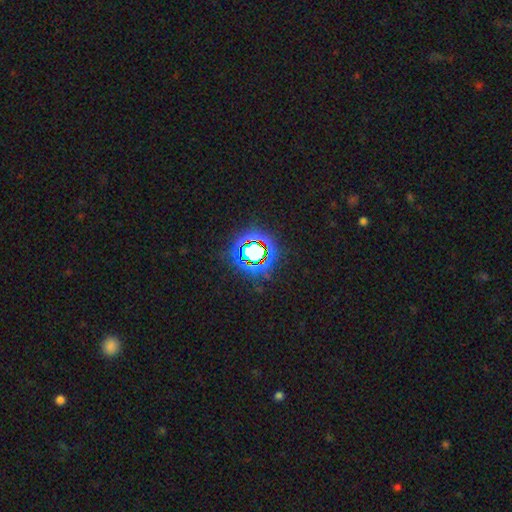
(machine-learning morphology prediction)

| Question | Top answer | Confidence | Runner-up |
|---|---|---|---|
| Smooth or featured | star or artifact | 80% | smooth (13%) |